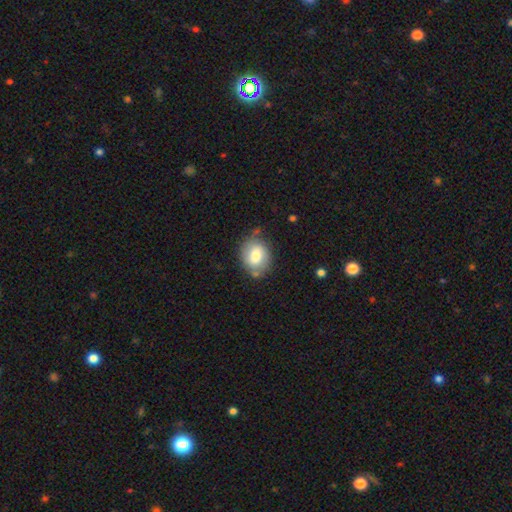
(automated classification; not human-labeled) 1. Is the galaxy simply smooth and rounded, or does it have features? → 73% smooth, 19% featured or disk, 8% star or artifact.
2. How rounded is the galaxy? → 53% in between, 46% round, 1% cigar-shaped.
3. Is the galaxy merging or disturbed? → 71% none, 18% minor disturbance, 6% merger, 5% major disturbance.